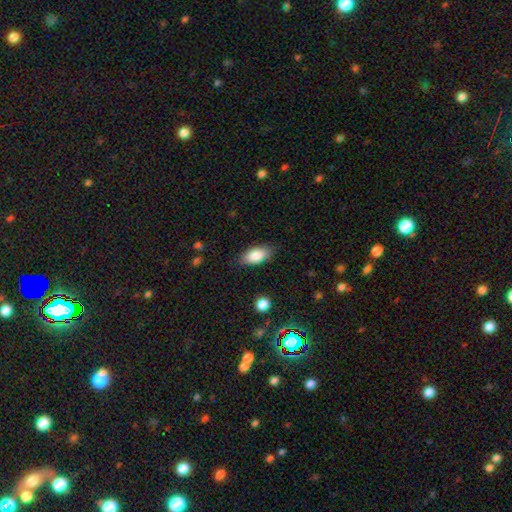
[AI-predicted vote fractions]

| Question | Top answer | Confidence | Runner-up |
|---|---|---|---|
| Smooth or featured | smooth | 86% | featured or disk (8%) |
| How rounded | in between | 91% | cigar-shaped (6%) |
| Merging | none | 83% | minor disturbance (13%) |